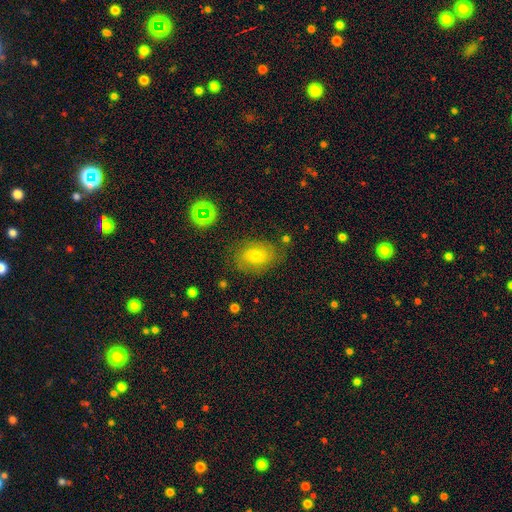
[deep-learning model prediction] smooth_or_featured: smooth (p=0.48) [alt: featured or disk p=0.36]
merging: none (p=0.73) [alt: minor disturbance p=0.18]